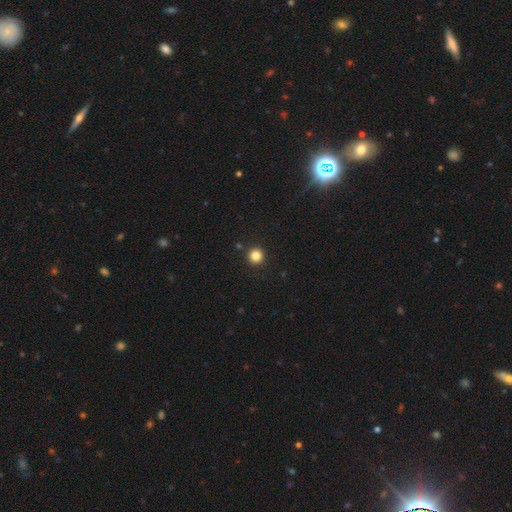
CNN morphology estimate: type=smooth (84%); roundness=round (95%); merging=none (92%).